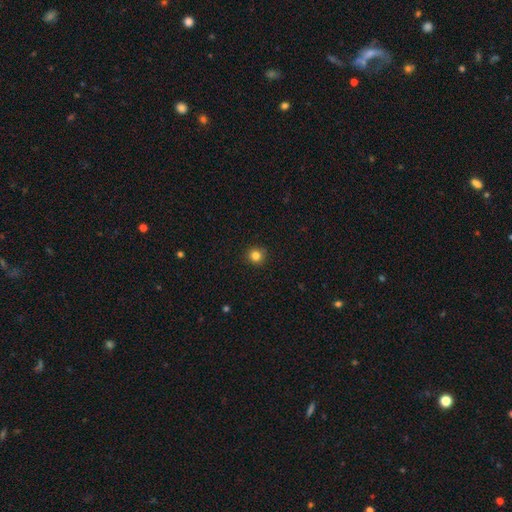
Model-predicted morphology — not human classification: Smooth or featured: smooth — 83% (star or artifact — 12%)
How rounded: round — 93% (in between — 6%)
Merging: none — 92% (minor disturbance — 5%)